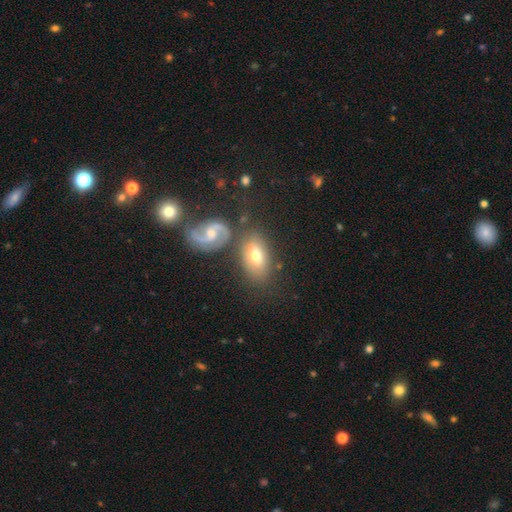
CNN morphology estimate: Smooth or featured?
  - smooth: 48% *
  - featured or disk: 42%
  - star or artifact: 10%
Merging?
  - none: 63% *
  - minor disturbance: 16%
  - merger: 15%
  - major disturbance: 6%